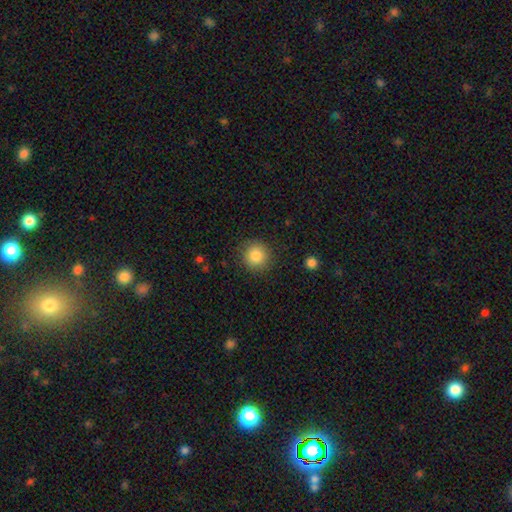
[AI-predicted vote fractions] Smooth or featured? smooth (85%)
How rounded? round (94%)
Merging? none (89%)